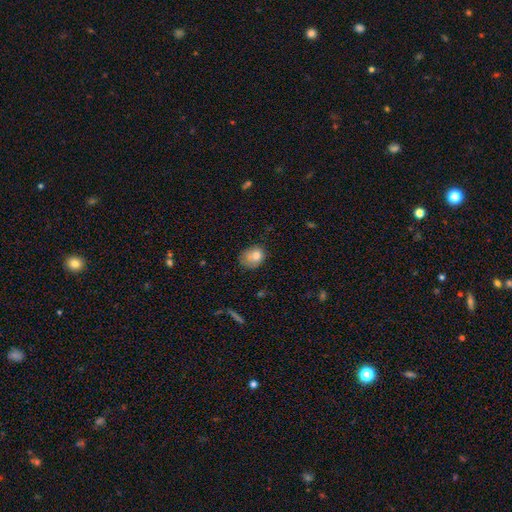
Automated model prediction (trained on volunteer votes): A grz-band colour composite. It shows a smooth galaxy with no disk features (77%) that is in between round and cigar-shaped (53%). Merging: none (44%).